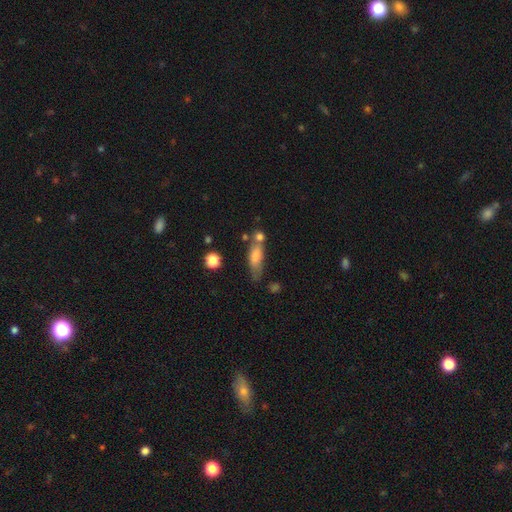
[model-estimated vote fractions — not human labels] Smooth or featured? smooth (73%)
How rounded? in between (55%)
Merging? none (40%)